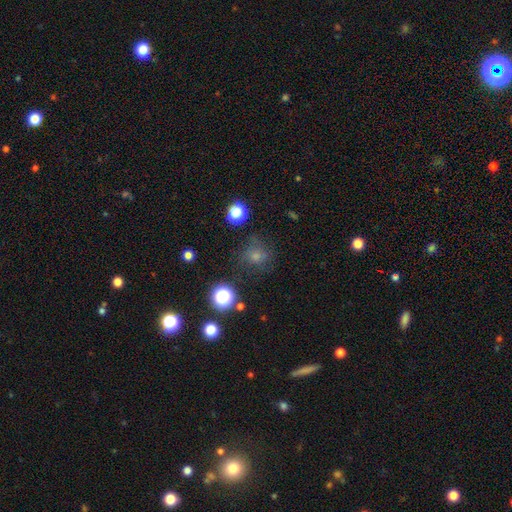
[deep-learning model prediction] smooth 47%, star or artifact 36%, featured or disk 18%. Down the decision tree: merging — none (77%).